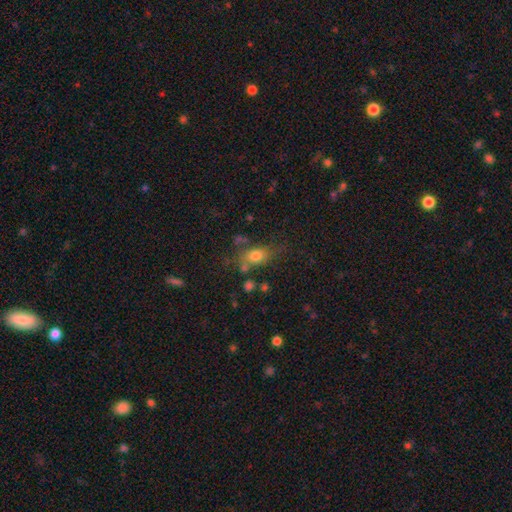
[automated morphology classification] Smooth or featured? smooth (73%)
How rounded? in between (71%)
Merging? none (55%)